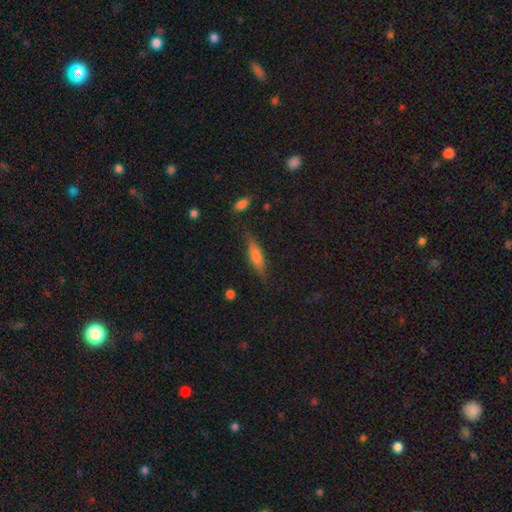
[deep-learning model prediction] Overall: smooth (59%; featured or disk 33%). How rounded: cigar-shaped (67%; in between 31%). Merging: none (79%).